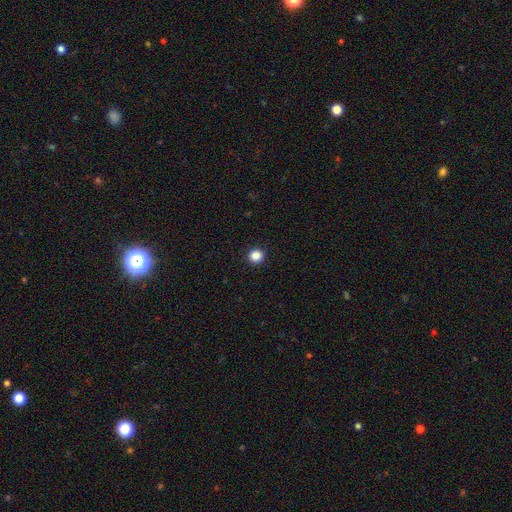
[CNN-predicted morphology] Overall: smooth (87%). How rounded: round (93%). Merging: none (93%).